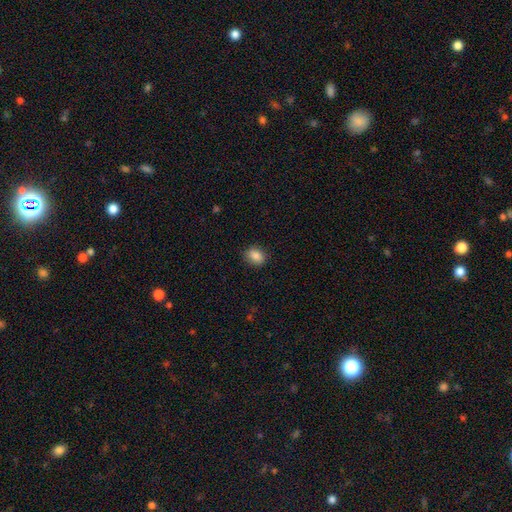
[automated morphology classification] The model was most divided on "how rounded": in between: 58%, round: 41%, cigar-shaped: 1%. More confident: merging — none (86%); smooth or featured — smooth (86%).